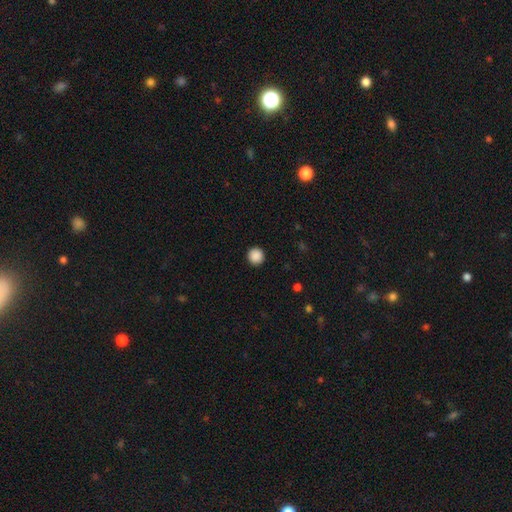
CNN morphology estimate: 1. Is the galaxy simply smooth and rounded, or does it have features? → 89% smooth, 9% star or artifact, 2% featured or disk.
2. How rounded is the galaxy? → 95% round, 4% in between, 1% cigar-shaped.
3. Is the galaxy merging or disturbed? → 92% none, 5% minor disturbance, 2% major disturbance, 1% merger.